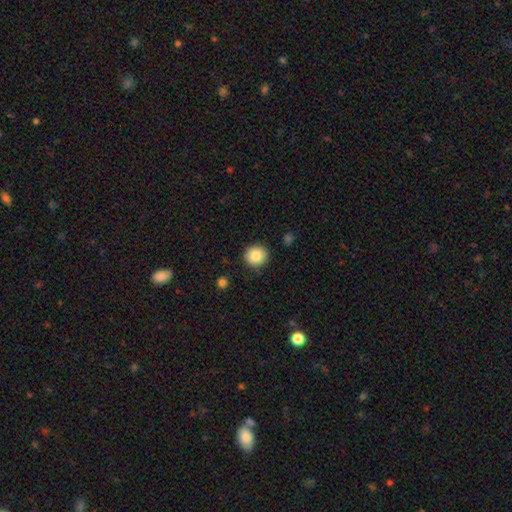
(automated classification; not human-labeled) Morphology: type=smooth (86%); roundness=round (90%); merging=none (89%).